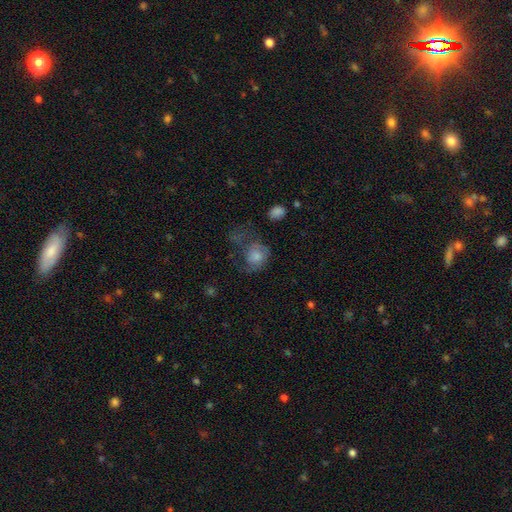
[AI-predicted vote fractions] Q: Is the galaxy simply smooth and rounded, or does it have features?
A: smooth — 60%.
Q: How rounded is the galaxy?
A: round — 61%.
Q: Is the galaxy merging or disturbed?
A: major disturbance — 47%.